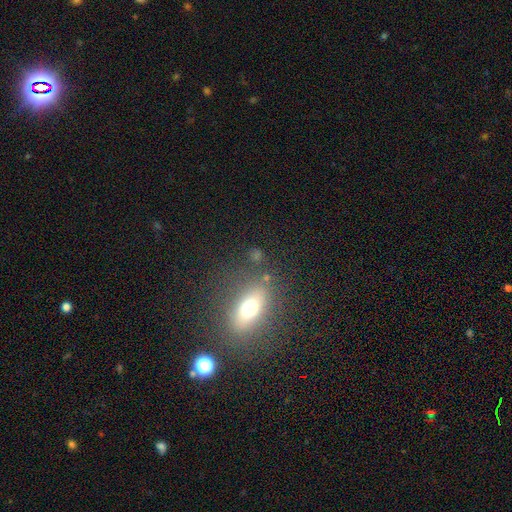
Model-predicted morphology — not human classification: A smooth galaxy with no disk features (58%) that is in between round and cigar-shaped (55%). Merging: none (77%).